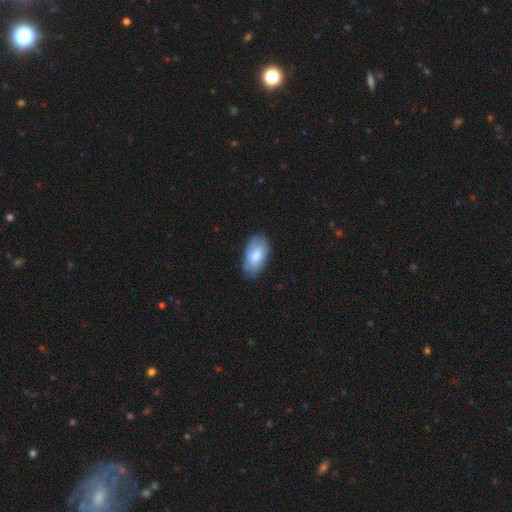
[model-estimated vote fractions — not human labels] The model was most divided on "merging": none: 67%, minor disturbance: 26%, major disturbance: 6%, merger: 1%. More confident: how rounded — in between (94%); smooth or featured — smooth (74%).